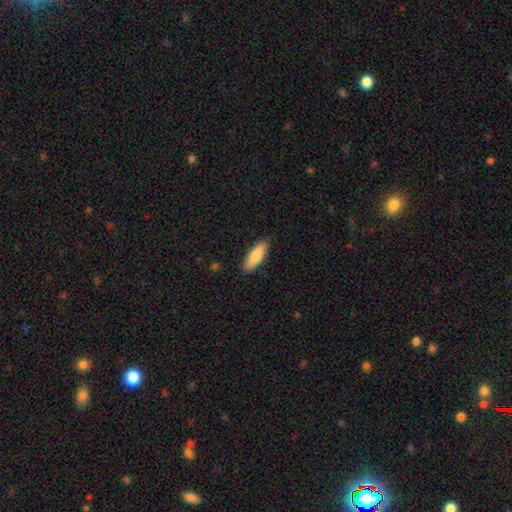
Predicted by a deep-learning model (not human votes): Q: Smooth or featured?
A: smooth (82%); runner-up: featured or disk (13%)
Q: How rounded?
A: in between (55%); runner-up: cigar-shaped (43%)
Q: Merging?
A: none (87%); runner-up: minor disturbance (10%)